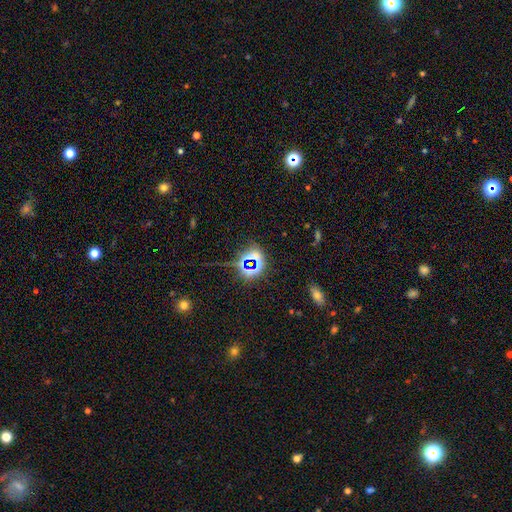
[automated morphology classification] smooth-or-featured: star or artifact: 73% | smooth: 18% | featured or disk: 9%